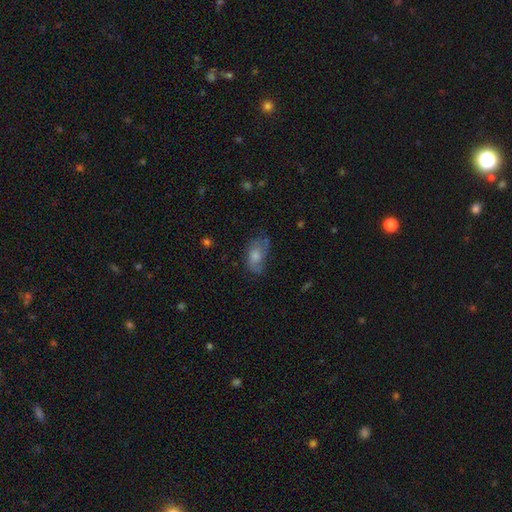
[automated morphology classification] smooth_or_featured: smooth (p=0.58) [alt: featured or disk p=0.33]
how_rounded: in between (p=0.89) [alt: round p=0.07]
merging: none (p=0.51) [alt: minor disturbance p=0.29]